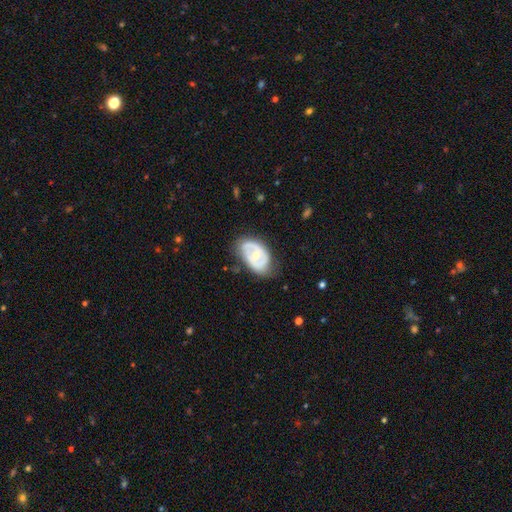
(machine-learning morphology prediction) Smooth or featured: featured or disk — 64% (smooth — 31%)
Edge-on disk: no — 94% (yes — 6%)
Bar: no — 67% (weak — 25%)
Spiral arms: no — 57% (yes — 43%)
Bulge size: moderate — 59% (small — 36%)
Merging: none — 60% (minor disturbance — 28%)